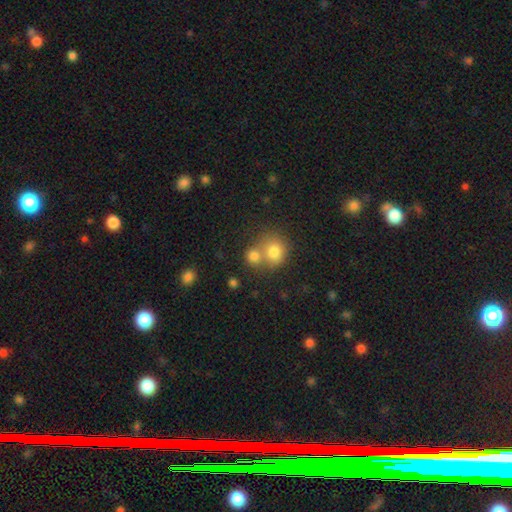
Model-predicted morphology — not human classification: smooth 73%, star or artifact 15%, featured or disk 12%. Down the decision tree: how rounded — round (80%); merging — none (45%, tied with merger).